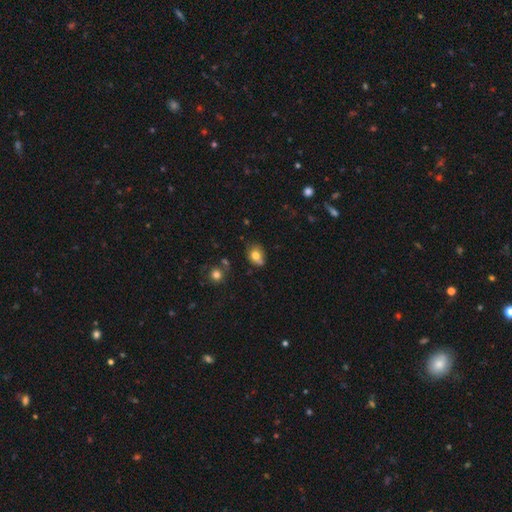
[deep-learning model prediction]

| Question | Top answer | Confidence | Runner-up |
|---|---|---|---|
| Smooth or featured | smooth | 76% | featured or disk (13%) |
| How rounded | in between | 51% | round (48%) |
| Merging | none | 53% | minor disturbance (24%) |